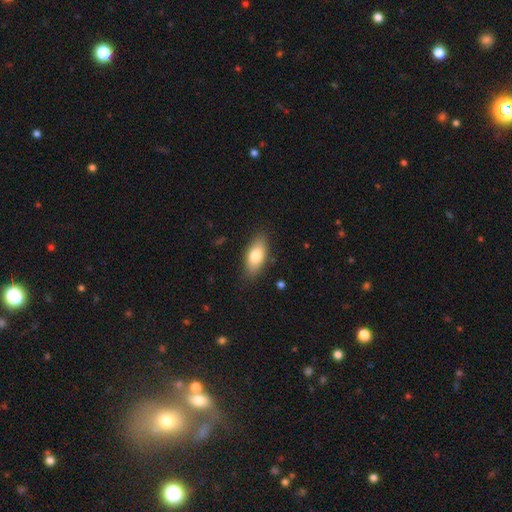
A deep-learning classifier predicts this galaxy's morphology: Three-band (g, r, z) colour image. It shows a smooth galaxy with no disk features (79%) that is in between round and cigar-shaped (86%). Merging: none (84%).